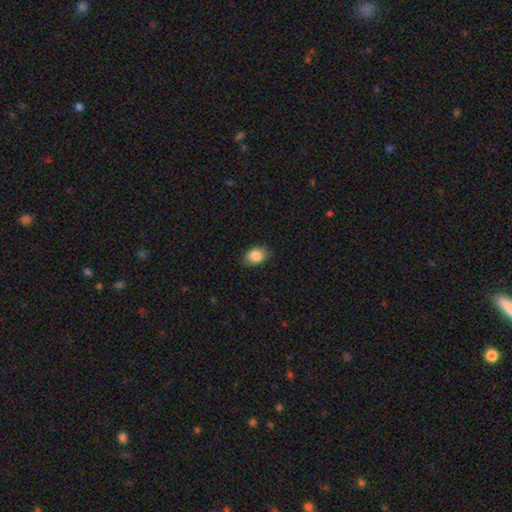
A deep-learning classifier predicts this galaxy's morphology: This is clearly a smooth galaxy (87%). How rounded: likely in between (67%). Merging: clearly none (84%).